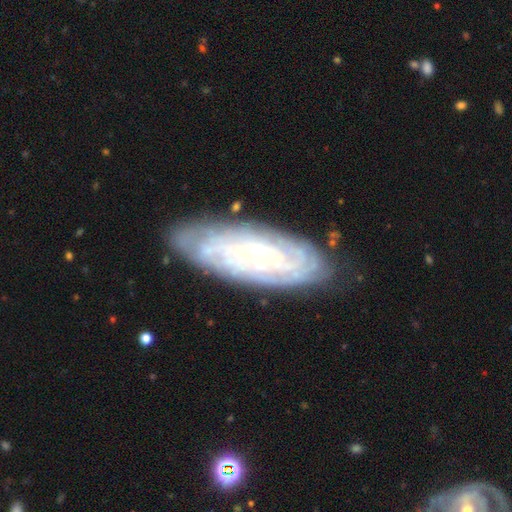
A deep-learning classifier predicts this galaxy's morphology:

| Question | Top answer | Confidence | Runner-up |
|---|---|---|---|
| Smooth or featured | featured or disk | 79% | smooth (14%) |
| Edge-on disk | no | 88% | yes (12%) |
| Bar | no | 74% | weak (20%) |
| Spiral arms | yes | 93% | no (7%) |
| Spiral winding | tight | 83% | medium (14%) |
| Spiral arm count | can't tell | 51% | more than 4 (15%) |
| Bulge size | small | 77% | moderate (19%) |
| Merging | none | 81% | minor disturbance (14%) |